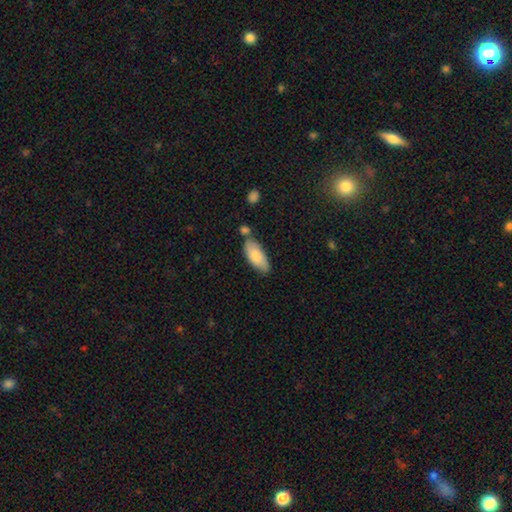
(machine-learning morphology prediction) Smooth or featured? Predicted: smooth (p=0.77). How rounded? Predicted: in between (p=0.86). Merging? Predicted: none (p=0.67).